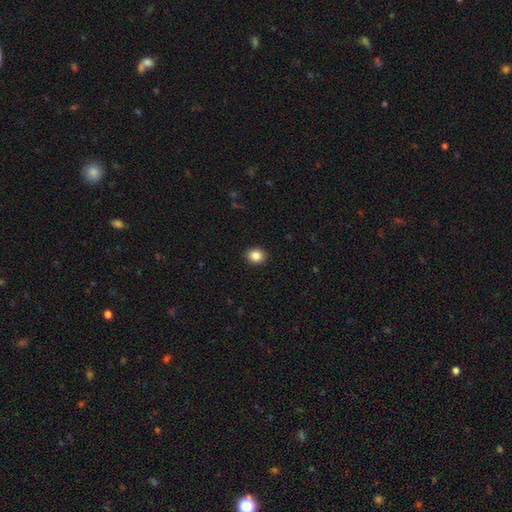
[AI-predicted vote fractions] This appears to be a smooth galaxy with no disk features (86%) that is round (68%). Merging: none (92%).